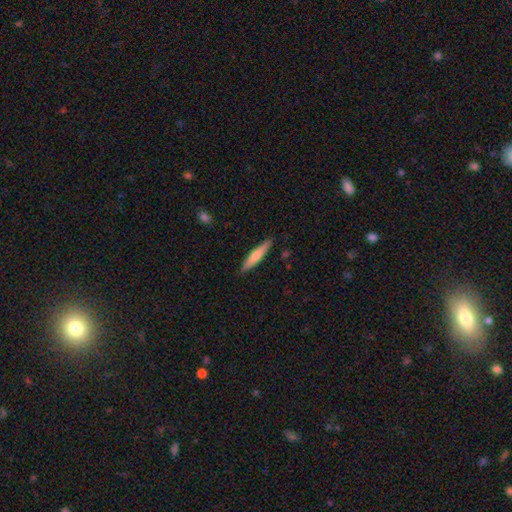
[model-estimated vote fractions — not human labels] Overall: smooth (62%; featured or disk 32%). How rounded: cigar-shaped (88%). Merging: none (89%).